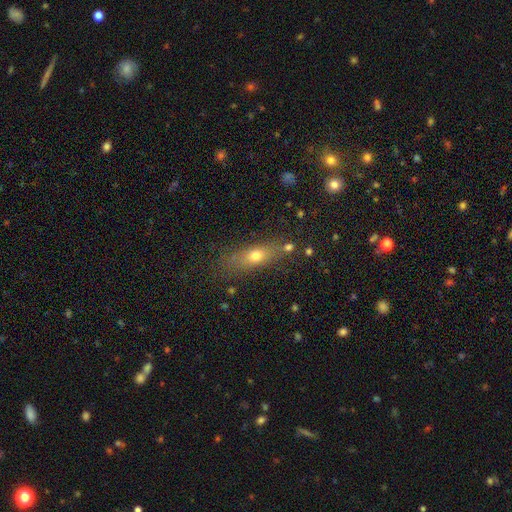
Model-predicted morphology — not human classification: Smooth or featured? Predicted: smooth (p=0.64). How rounded? Predicted: in between (p=0.50). Merging? Predicted: none (p=0.73).